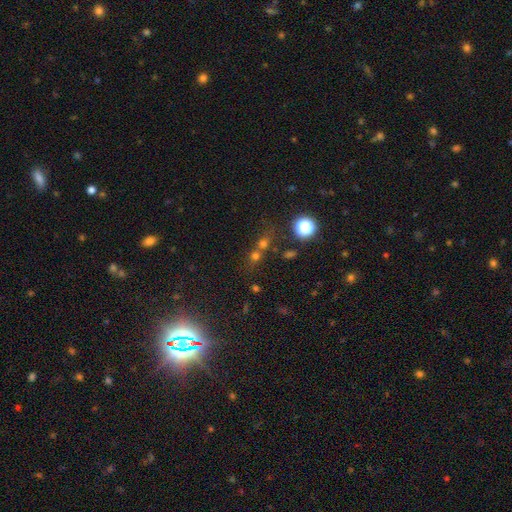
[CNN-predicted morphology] smooth-or-featured: star or artifact: 45% | smooth: 44% | featured or disk: 11%